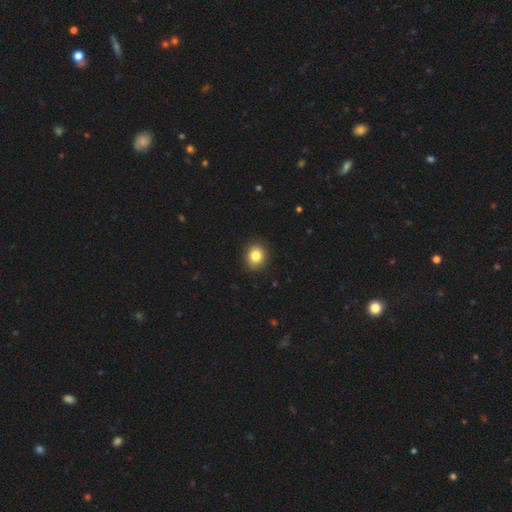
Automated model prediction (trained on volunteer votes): smooth_or_featured: smooth (p=0.83) [alt: star or artifact p=0.10]
how_rounded: round (p=0.73) [alt: in between p=0.26]
merging: none (p=0.91) [alt: minor disturbance p=0.06]